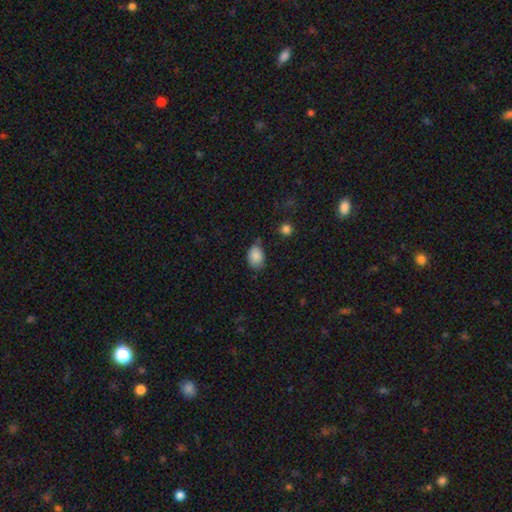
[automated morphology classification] Smooth or featured? Predicted: smooth (p=0.87). How rounded? Predicted: in between (p=0.75). Merging? Predicted: none (p=0.63).